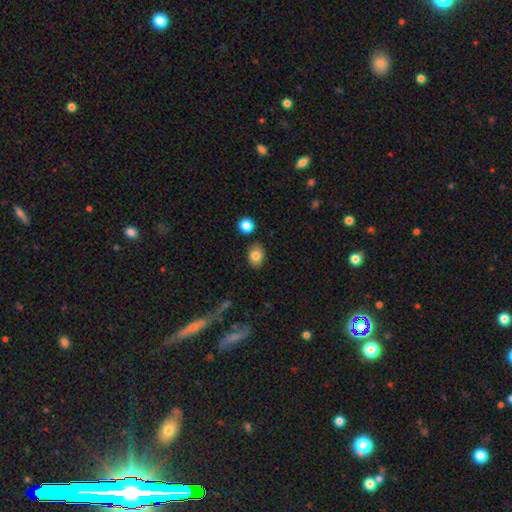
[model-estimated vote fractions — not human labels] Smooth or featured?
  - smooth: 82% *
  - star or artifact: 9%
  - featured or disk: 8%
How rounded?
  - in between: 61% *
  - round: 38%
  - cigar-shaped: 1%
Merging?
  - none: 86% *
  - minor disturbance: 9%
  - merger: 3%
  - major disturbance: 2%